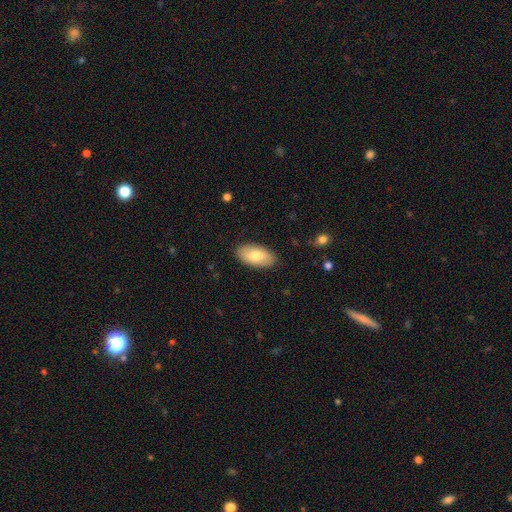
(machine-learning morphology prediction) This is likely a smooth galaxy (77%). How rounded: clearly in between (94%). Merging: clearly none (87%).